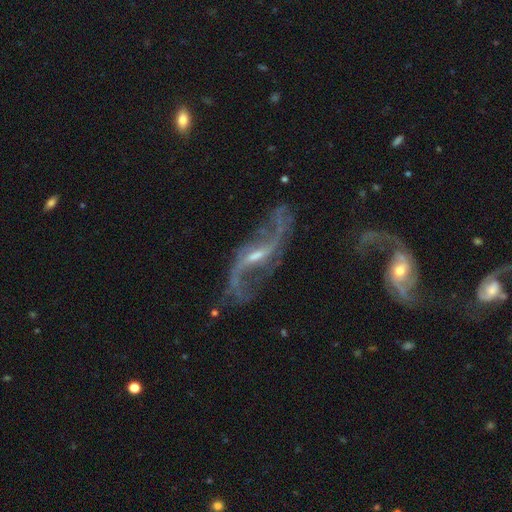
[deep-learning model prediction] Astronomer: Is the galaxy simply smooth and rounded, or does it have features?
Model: featured or disk — 89%.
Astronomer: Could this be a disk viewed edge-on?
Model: no — 92%.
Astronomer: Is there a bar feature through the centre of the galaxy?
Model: weak — 48% (runner-up: strong, 35%).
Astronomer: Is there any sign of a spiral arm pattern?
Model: yes — 94%.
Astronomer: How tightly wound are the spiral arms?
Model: loose — 86%.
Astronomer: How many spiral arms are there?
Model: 2 — 90%.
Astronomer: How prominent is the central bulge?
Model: small — 56% (runner-up: moderate, 31%).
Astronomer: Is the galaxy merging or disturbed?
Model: none — 60%.